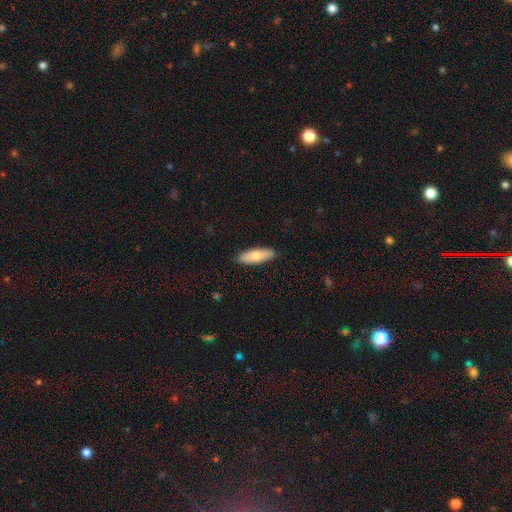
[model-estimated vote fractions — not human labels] smooth_or_featured: smooth (p=0.71) [alt: featured or disk p=0.23]
how_rounded: in between (p=0.65) [alt: cigar-shaped p=0.33]
merging: none (p=0.88) [alt: minor disturbance p=0.09]